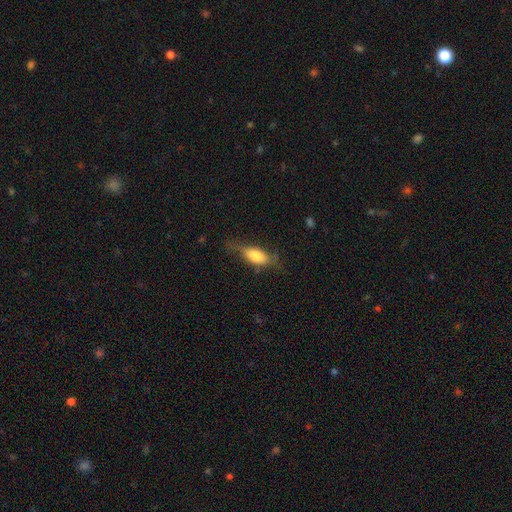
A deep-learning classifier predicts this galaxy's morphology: This appears to be a smooth galaxy with no disk features (67%) that is in between round and cigar-shaped (76%). Merging: none (55%).